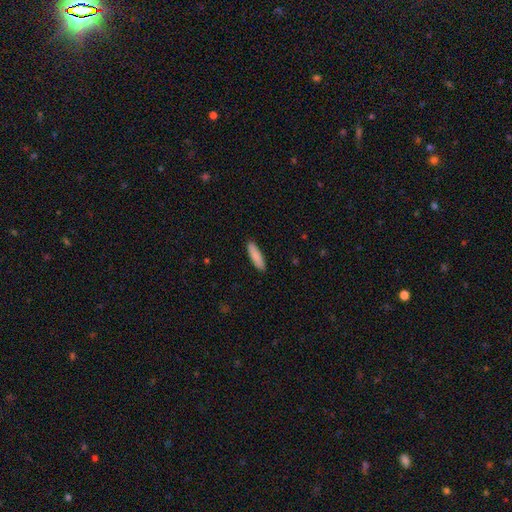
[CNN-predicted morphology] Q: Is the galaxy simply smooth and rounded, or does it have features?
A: smooth — 88%.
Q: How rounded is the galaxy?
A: cigar-shaped — 67%.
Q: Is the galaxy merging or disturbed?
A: none — 90%.